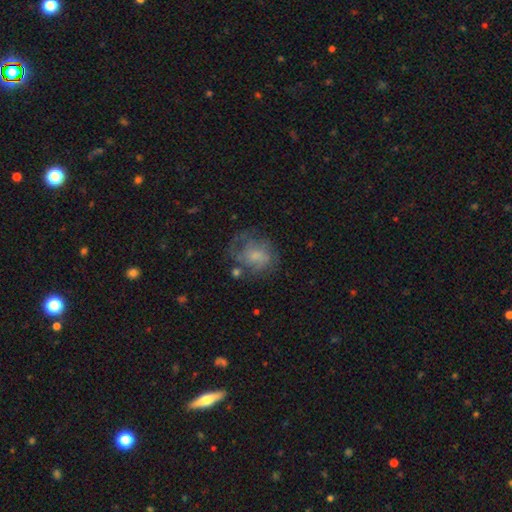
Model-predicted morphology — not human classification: type=featured or disk (51%); edge-on=no (98%); merging=none (49%).